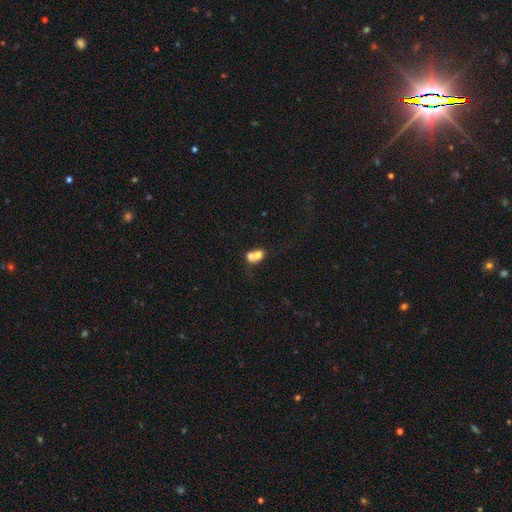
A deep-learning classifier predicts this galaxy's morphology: Smooth or featured: smooth — 69% (featured or disk — 21%)
How rounded: round — 54% (in between — 45%)
Merging: merger — 71% (none — 19%)